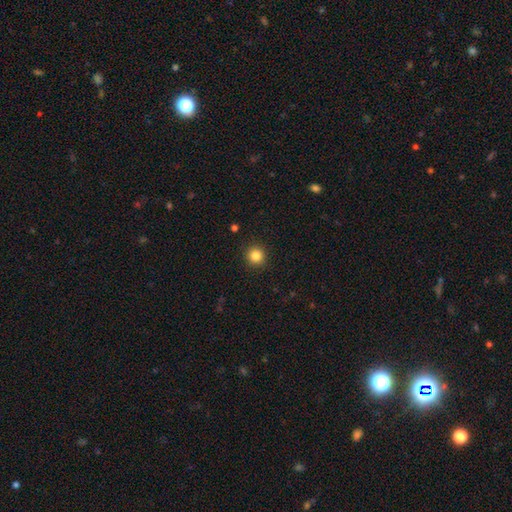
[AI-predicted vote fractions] Overall: smooth (85%). How rounded: round (94%). Merging: none (92%).